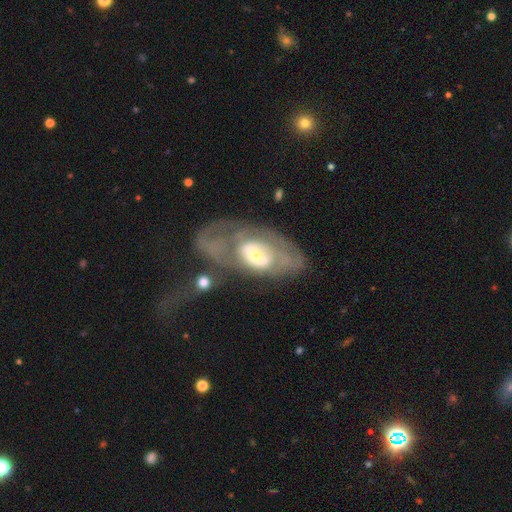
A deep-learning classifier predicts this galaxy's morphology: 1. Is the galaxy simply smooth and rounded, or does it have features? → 71% featured or disk, 23% smooth, 6% star or artifact.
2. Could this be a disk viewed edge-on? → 94% no, 6% yes.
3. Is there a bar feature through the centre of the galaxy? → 72% no, 22% weak, 6% strong.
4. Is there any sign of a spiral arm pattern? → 57% yes, 43% no.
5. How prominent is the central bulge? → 50% moderate, 37% small, 9% large, 2% dominant, 2% none.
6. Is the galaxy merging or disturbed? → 35% major disturbance, 29% none, 18% merger, 17% minor disturbance.